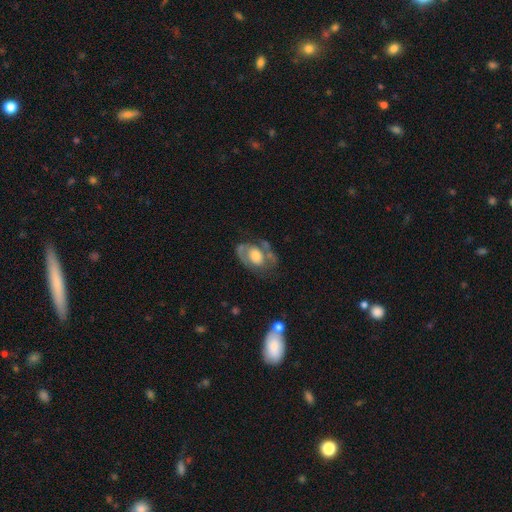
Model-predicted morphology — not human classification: Q: Smooth or featured?
A: featured or disk (67%); runner-up: smooth (26%)
Q: Edge-on disk?
A: no (95%); runner-up: yes (5%)
Q: Bar?
A: no (70%); runner-up: weak (23%)
Q: Spiral arms?
A: yes (66%); runner-up: no (34%)
Q: Bulge size?
A: moderate (52%); runner-up: large (24%)
Q: Merging?
A: none (52%); runner-up: minor disturbance (22%)